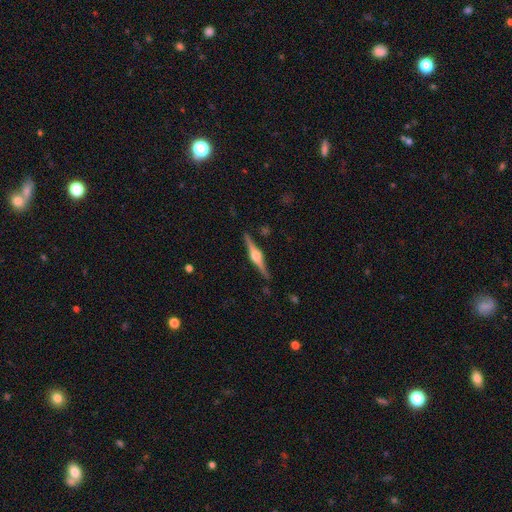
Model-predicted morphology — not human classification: Overall: featured or disk (84%). Edge-on disk: yes (98%). Edge-on bulge: rounded (93%). Merging: none (89%).